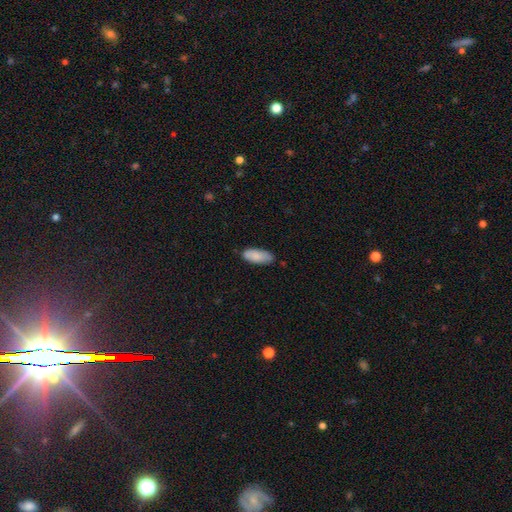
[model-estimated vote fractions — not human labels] This is clearly a smooth galaxy (85%). How rounded: clearly in between (85%). Merging: likely none (77%).